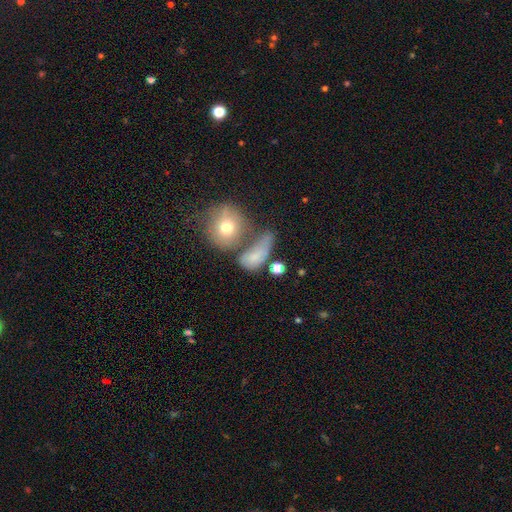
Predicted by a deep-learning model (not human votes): Smooth or featured? Predicted: smooth (p=0.68). How rounded? Predicted: in between (p=0.64). Merging? Predicted: none (p=0.32).